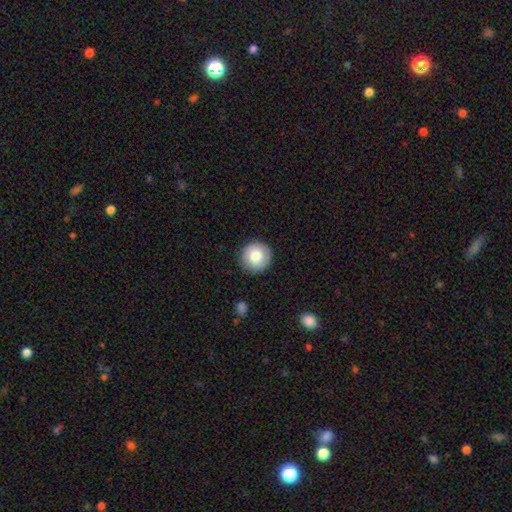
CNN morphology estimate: Smooth or featured: smooth — 76% (featured or disk — 16%)
How rounded: round — 94% (in between — 5%)
Merging: none — 89% (minor disturbance — 8%)